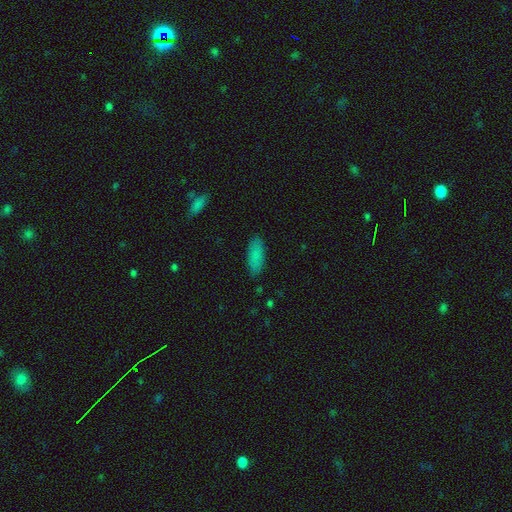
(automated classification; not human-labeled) smooth-or-featured: smooth: 85% | star or artifact: 8% | featured or disk: 7%
  how-rounded: in between: 78% | cigar-shaped: 20% | round: 2%
  merging: none: 85% | minor disturbance: 11% | major disturbance: 2% | merger: 1%